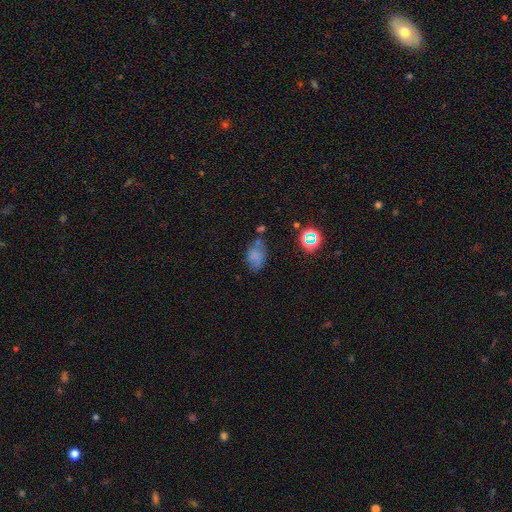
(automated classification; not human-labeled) Smooth or featured?
  - smooth: 59% *
  - featured or disk: 21%
  - star or artifact: 19%
How rounded?
  - in between: 81% *
  - round: 17%
  - cigar-shaped: 2%
Merging?
  - none: 47% *
  - minor disturbance: 28%
  - major disturbance: 14%
  - merger: 10%